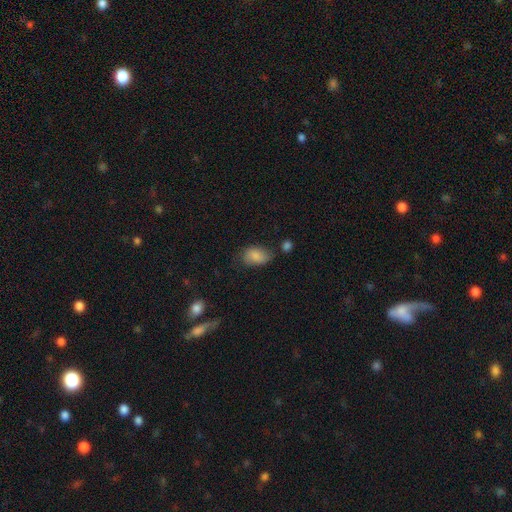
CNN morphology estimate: Q: Smooth or featured?
A: smooth (81%); runner-up: featured or disk (11%)
Q: How rounded?
A: in between (88%); runner-up: round (11%)
Q: Merging?
A: none (59%); runner-up: minor disturbance (27%)